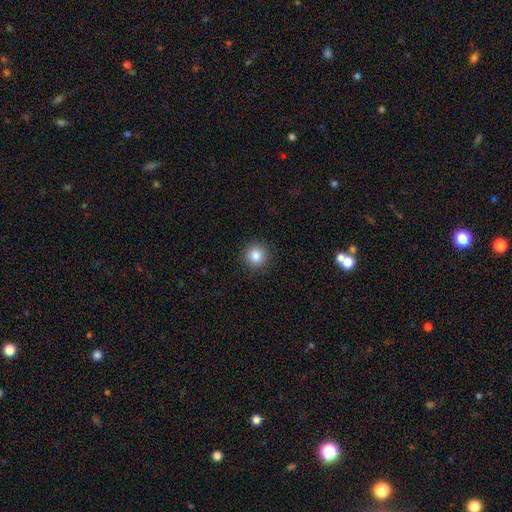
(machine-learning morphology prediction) This appears to be a smooth galaxy with no disk features (85%) that is round (94%). Merging: none (92%).